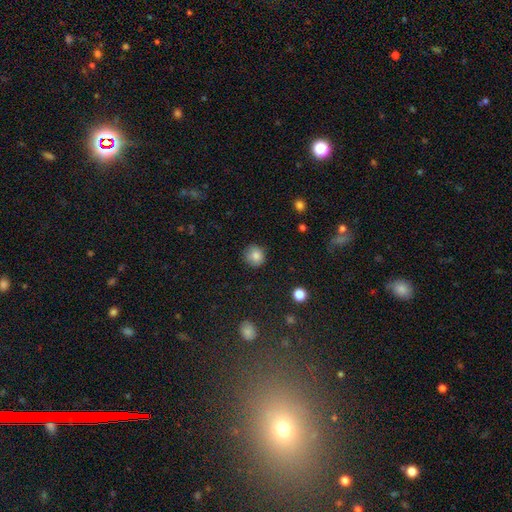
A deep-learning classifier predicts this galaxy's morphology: Smooth or featured? smooth (84%)
How rounded? round (92%)
Merging? none (87%)